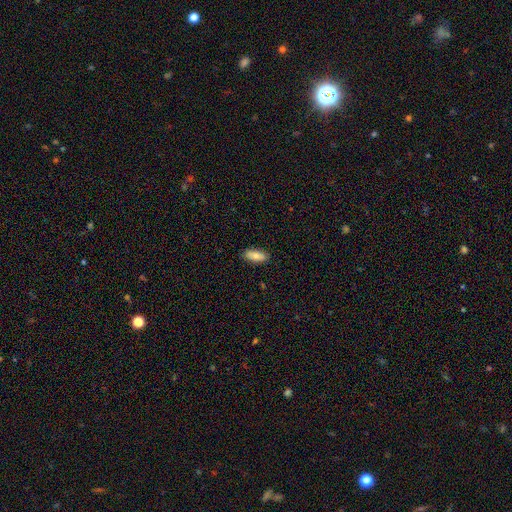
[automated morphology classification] A smooth galaxy with no disk features (80%) that is in between round and cigar-shaped (82%). Merging: none (88%).